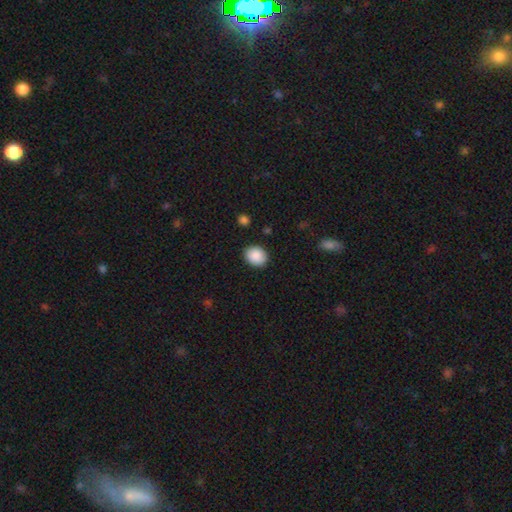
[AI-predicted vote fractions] Smooth or featured? Predicted: smooth (p=0.89). How rounded? Predicted: round (p=0.56). Merging? Predicted: none (p=0.88).